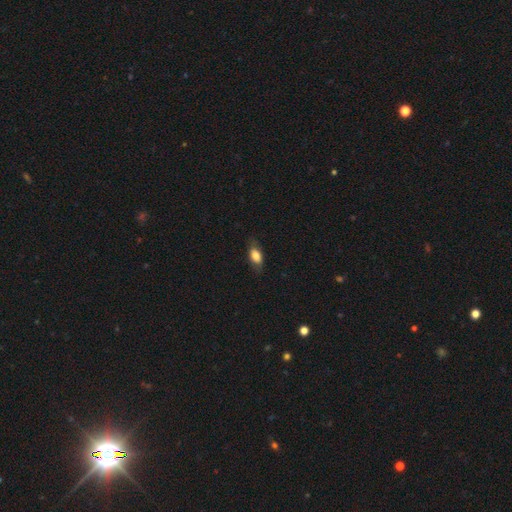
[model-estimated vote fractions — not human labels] A smooth galaxy with no disk features (76%) that is in between round and cigar-shaped (85%). Merging: none (75%).